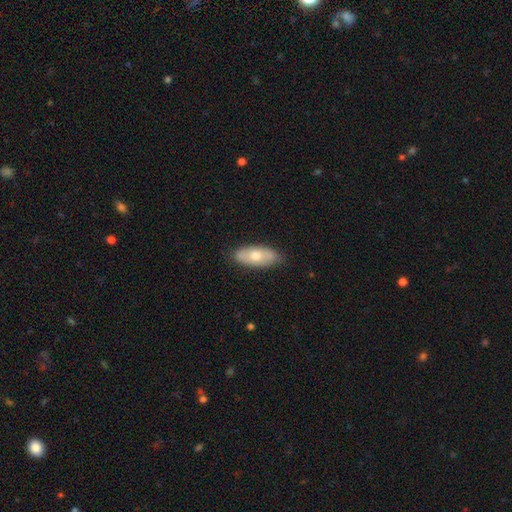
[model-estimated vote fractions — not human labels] smooth 63%, featured or disk 32%, star or artifact 6%. Down the decision tree: how rounded — in between (88%); merging — none (84%).